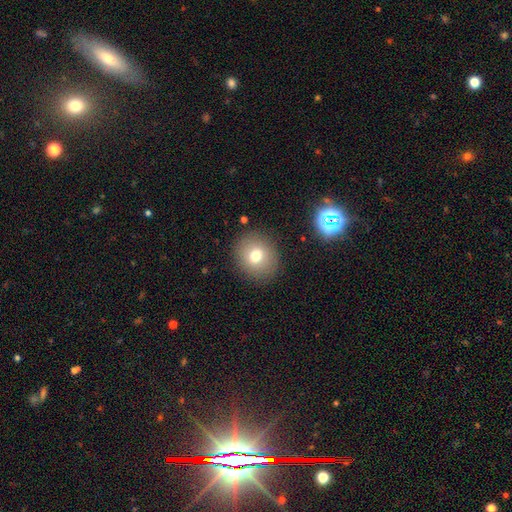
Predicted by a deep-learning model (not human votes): Morphology: type=smooth (74%); roundness=round (78%); merging=none (87%).